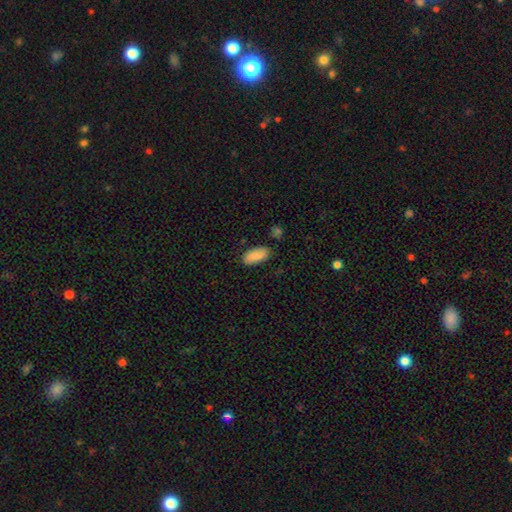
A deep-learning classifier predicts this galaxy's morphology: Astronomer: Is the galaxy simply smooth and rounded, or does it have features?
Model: smooth — 88%.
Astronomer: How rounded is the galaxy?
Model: in between — 90%.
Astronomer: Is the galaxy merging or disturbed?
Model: none — 80%.